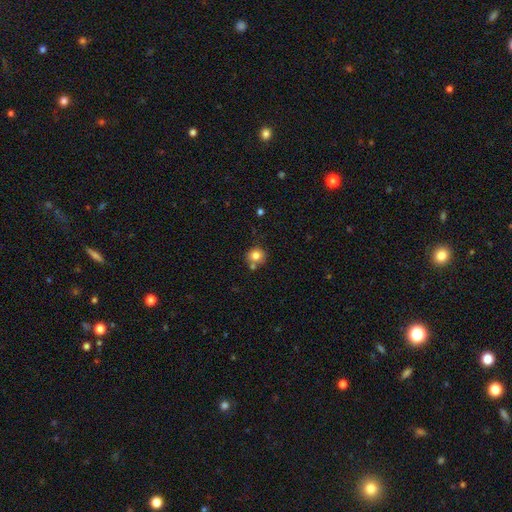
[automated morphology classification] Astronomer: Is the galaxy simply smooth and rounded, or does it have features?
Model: smooth — 80%.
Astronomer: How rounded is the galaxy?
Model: round — 87%.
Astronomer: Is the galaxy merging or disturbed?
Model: none — 68%.